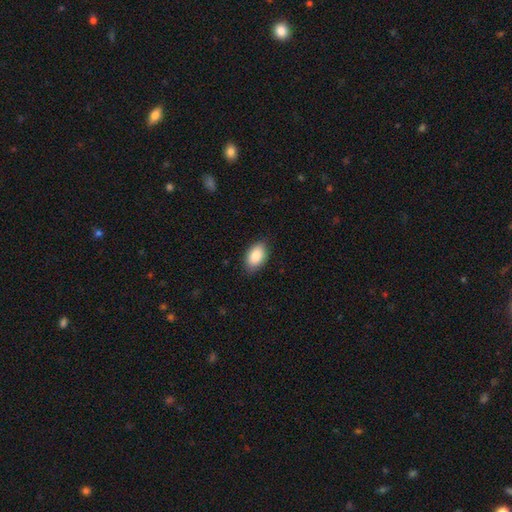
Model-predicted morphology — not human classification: A smooth galaxy with no disk features (88%) that is in between round and cigar-shaped (92%).

Vote fractions:
- Smooth or featured? smooth: 88% / star or artifact: 7% / featured or disk: 6%
- How rounded? in between: 92% / round: 6% / cigar-shaped: 2%
- Merging? none: 85% / minor disturbance: 12% / major disturbance: 2% / merger: 1%